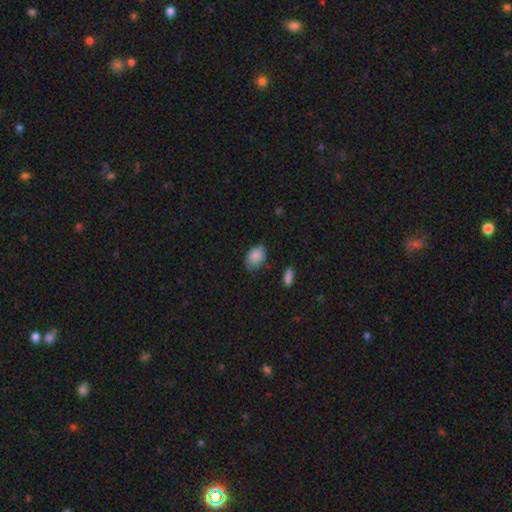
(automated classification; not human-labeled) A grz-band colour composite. It shows a smooth galaxy with no disk features (85%) that is in between round and cigar-shaped (76%). Merging: none (63%).